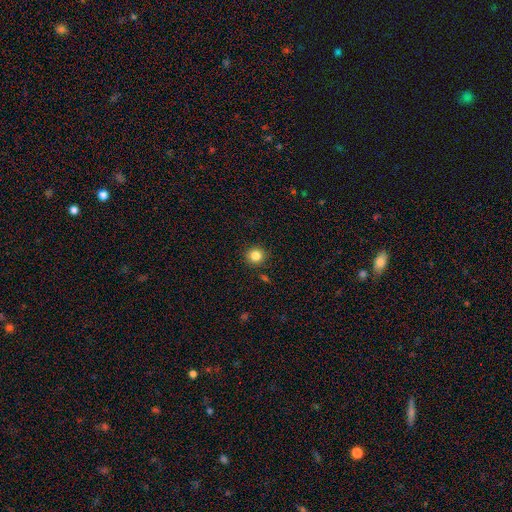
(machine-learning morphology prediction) Smooth or featured? Predicted: smooth (p=0.84). How rounded? Predicted: round (p=0.92). Merging? Predicted: none (p=0.90).